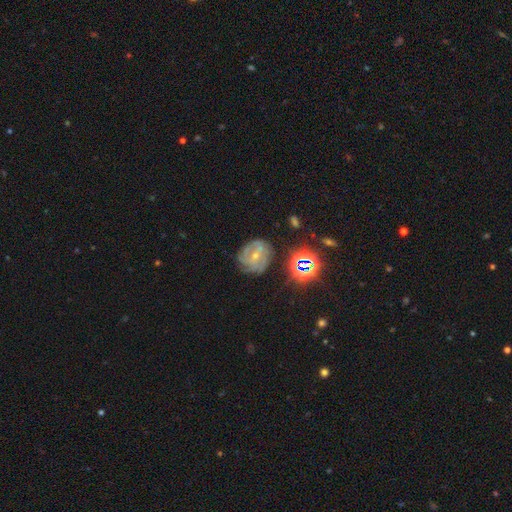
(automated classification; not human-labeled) This appears to be a featured or disk galaxy (70%) with no bar (47%), tight (55%) spiral arms (88%) and a small central bulge (67%). Merging: none (67%).